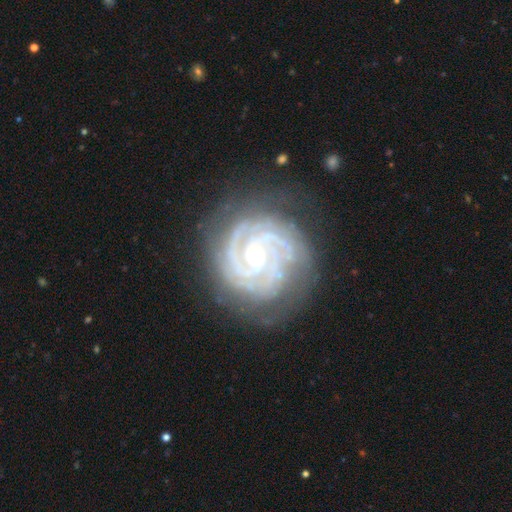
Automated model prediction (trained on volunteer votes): The model was most divided on "spiral arm count": 3: 35%, 2: 25%, 4: 16%, can't tell: 11%, more than 4: 7%, 1: 6%. More confident: spiral arms — yes (99%); edge-on disk — no (98%); smooth or featured — featured or disk (92%); spiral winding — tight (81%); merging — none (76%); bulge size — small (67%); bar — no (65%).